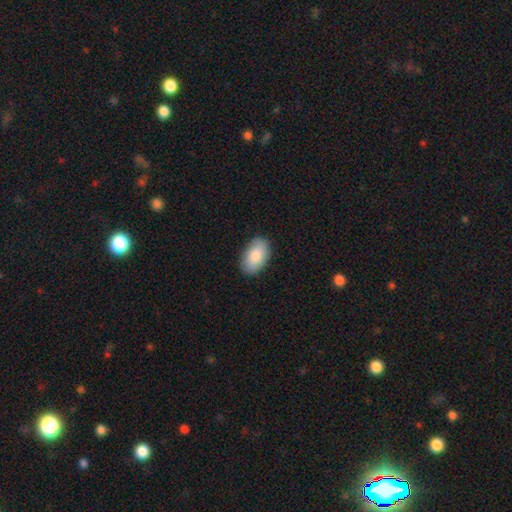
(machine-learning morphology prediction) Q: Smooth or featured?
A: smooth (87%); runner-up: featured or disk (8%)
Q: How rounded?
A: in between (94%); runner-up: round (5%)
Q: Merging?
A: none (87%); runner-up: minor disturbance (10%)